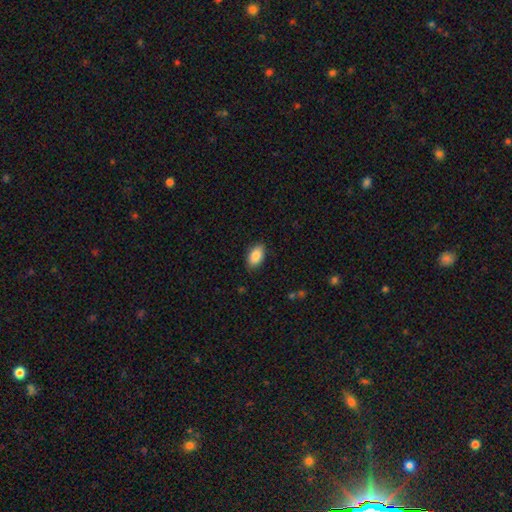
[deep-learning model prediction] This is clearly a smooth galaxy (88%). How rounded: clearly in between (94%). Merging: clearly none (88%).